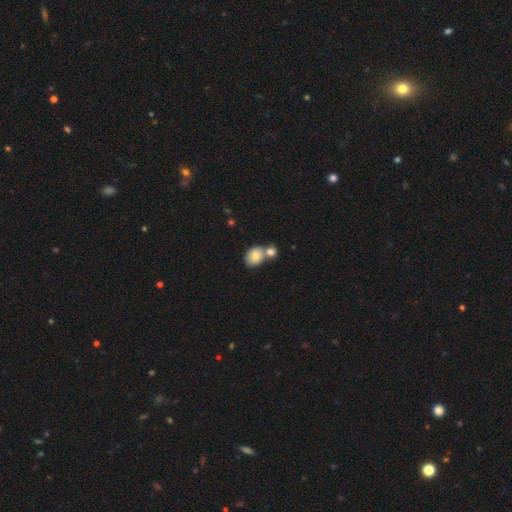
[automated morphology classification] Smooth or featured: smooth — 79% (featured or disk — 13%)
How rounded: in between — 64% (round — 35%)
Merging: merger — 45% (none — 42%)